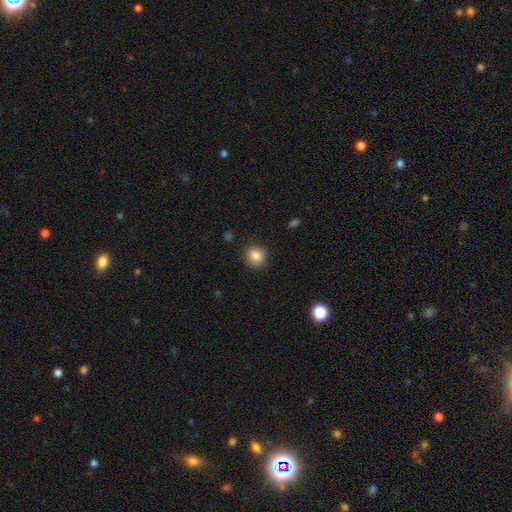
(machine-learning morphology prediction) Smooth or featured: smooth — 86% (star or artifact — 10%)
How rounded: round — 88% (in between — 11%)
Merging: none — 90% (minor disturbance — 7%)